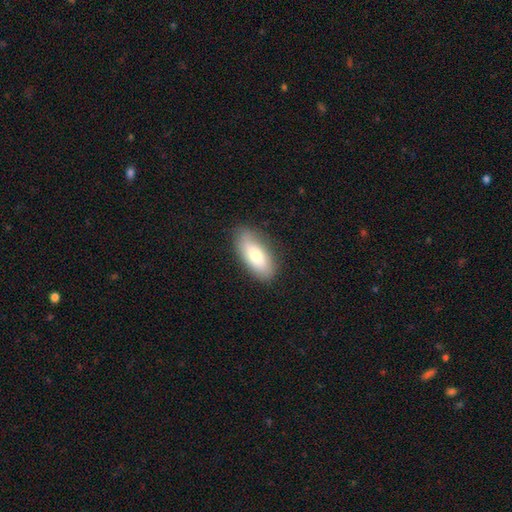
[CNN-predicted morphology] Smooth or featured?
  - smooth: 76% *
  - featured or disk: 18%
  - star or artifact: 6%
How rounded?
  - in between: 83% *
  - cigar-shaped: 15%
  - round: 2%
Merging?
  - none: 82% *
  - minor disturbance: 14%
  - major disturbance: 3%
  - merger: 1%